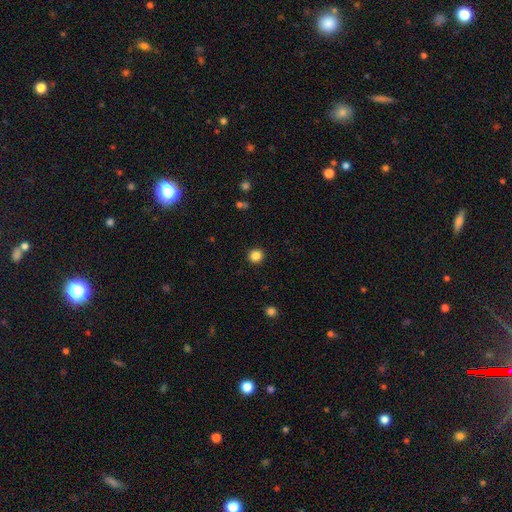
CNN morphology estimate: A smooth galaxy with no disk features (85%) that is round (93%).

Vote fractions:
- Smooth or featured? smooth: 85% / star or artifact: 11% / featured or disk: 4%
- How rounded? round: 93% / in between: 6% / cigar-shaped: 1%
- Merging? none: 93% / minor disturbance: 5% / major disturbance: 2% / merger: 1%